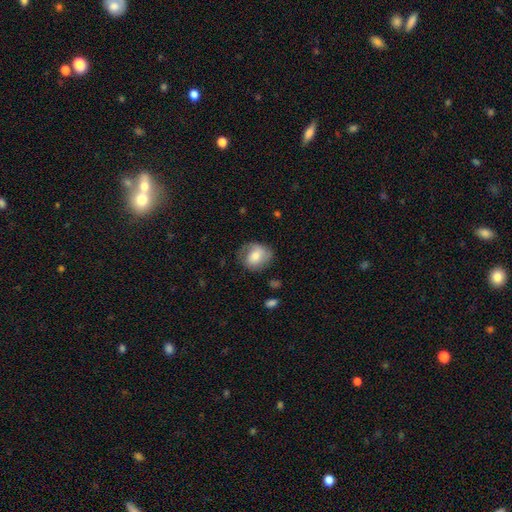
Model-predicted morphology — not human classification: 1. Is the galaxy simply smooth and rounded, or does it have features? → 65% smooth, 28% featured or disk, 7% star or artifact.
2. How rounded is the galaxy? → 62% round, 37% in between, 1% cigar-shaped.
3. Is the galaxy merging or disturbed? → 62% none, 25% minor disturbance, 12% major disturbance, 2% merger.